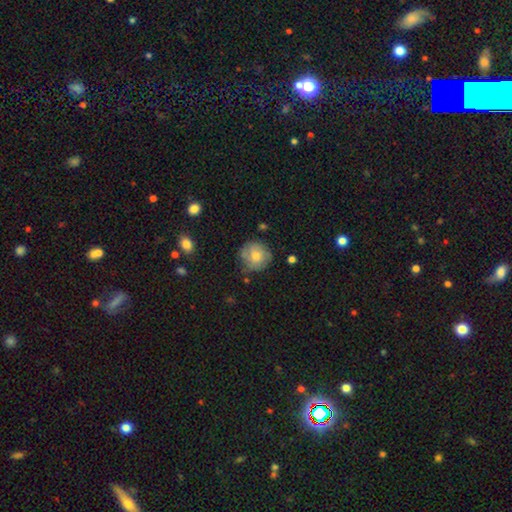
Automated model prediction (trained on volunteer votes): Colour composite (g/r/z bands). It shows a smooth galaxy with no disk features (63%) that is round (91%). Merging: none (73%).